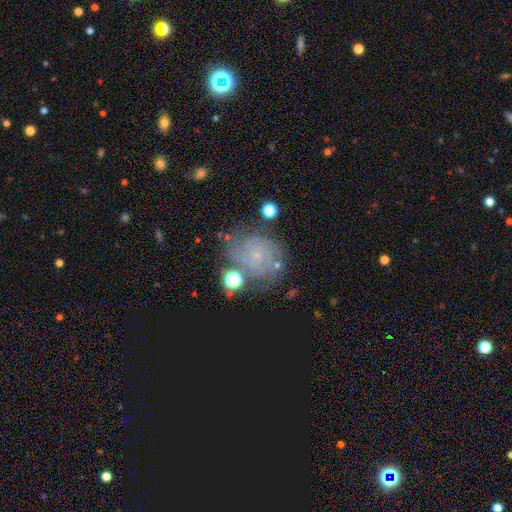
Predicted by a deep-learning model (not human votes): Smooth or featured? Predicted: featured or disk (p=0.64). Edge-on disk? Predicted: no (p=0.97). Bar? Predicted: no (p=0.78). Spiral arms? Predicted: yes (p=0.92). Spiral winding? Predicted: tight (p=0.73). Spiral arm count? Predicted: can't tell (p=0.41). Bulge size? Predicted: small (p=0.85). Merging? Predicted: none (p=0.70).